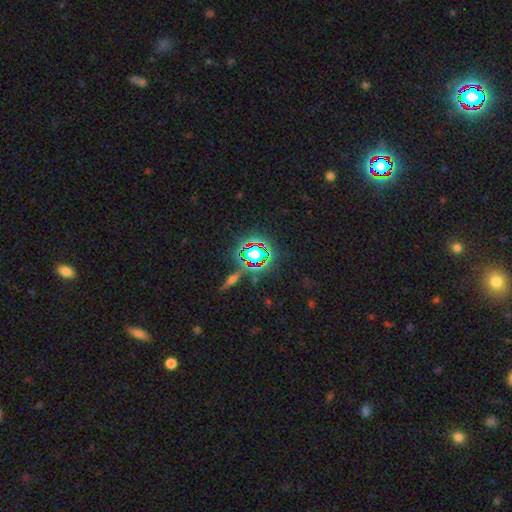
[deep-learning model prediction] Overall: star or artifact (79%).